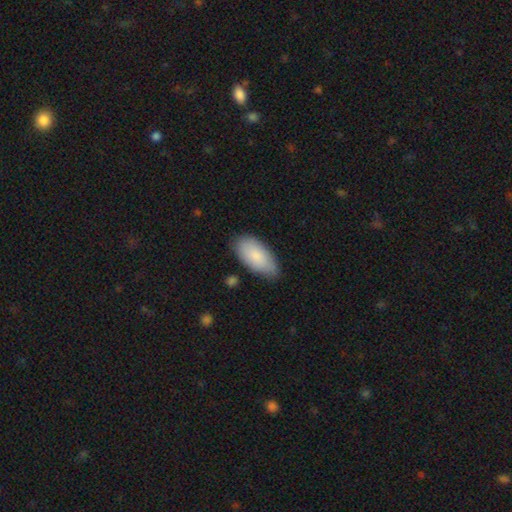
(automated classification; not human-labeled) A smooth galaxy with no disk features (85%) that is in between round and cigar-shaped (93%). Merging: none (75%).